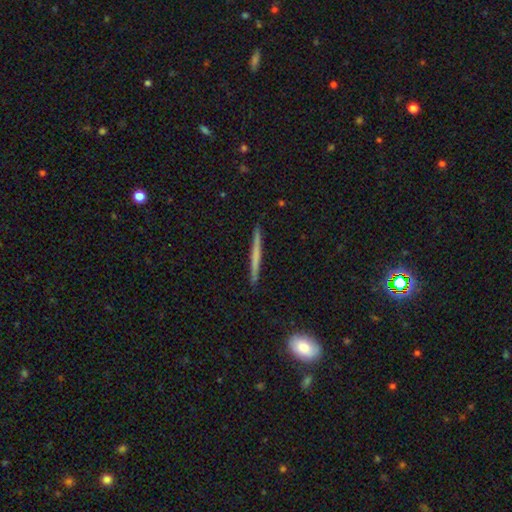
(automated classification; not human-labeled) Overall: smooth (51%; featured or disk 44%). How rounded: cigar-shaped (96%). Merging: none (92%).